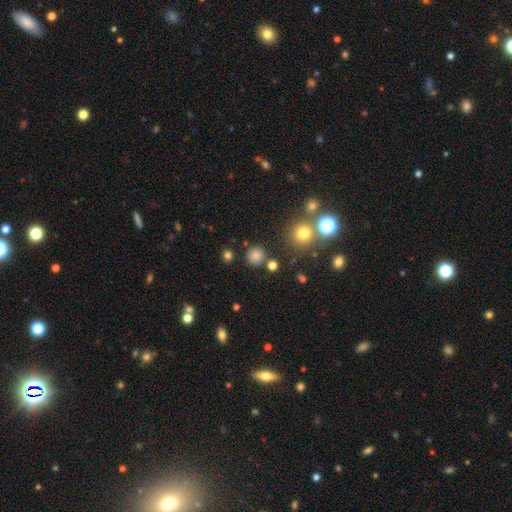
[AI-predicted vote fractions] Morphology: type=smooth (77%); roundness=round (93%); merging=none (85%).